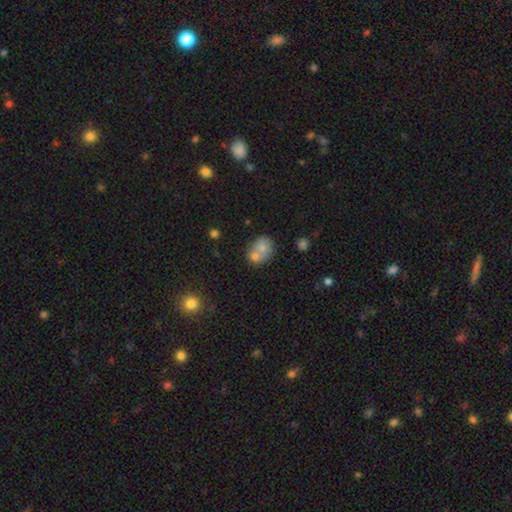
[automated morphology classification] type=smooth (69%); roundness=round (57%); merging=merger (57%).